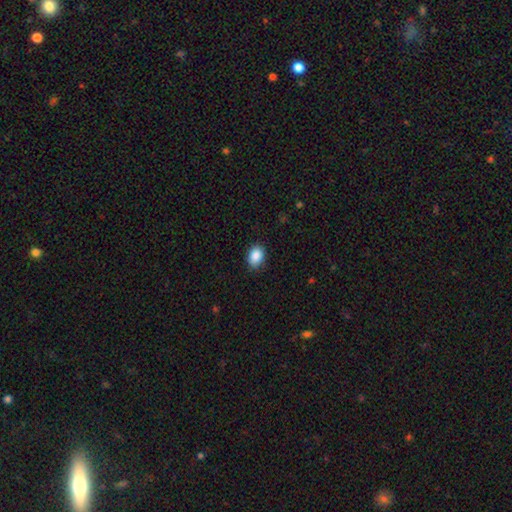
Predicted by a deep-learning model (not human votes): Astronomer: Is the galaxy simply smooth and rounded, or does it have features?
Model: smooth — 88%.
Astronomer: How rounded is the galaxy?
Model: in between — 70%.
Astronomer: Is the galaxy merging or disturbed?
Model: none — 84%.